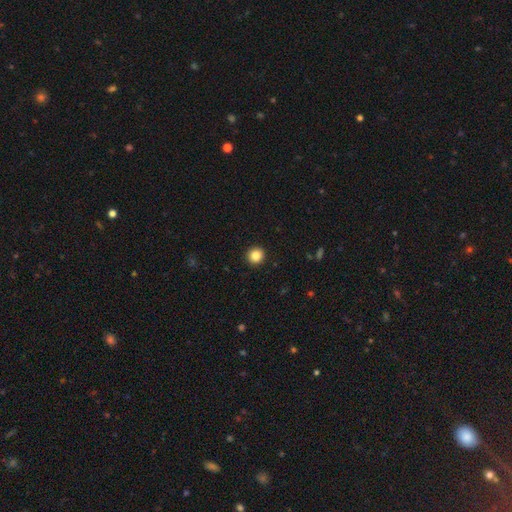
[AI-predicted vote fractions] A smooth galaxy with no disk features (86%) that is round (94%).

Vote fractions:
- Smooth or featured? smooth: 86% / star or artifact: 10% / featured or disk: 4%
- How rounded? round: 94% / in between: 5% / cigar-shaped: 1%
- Merging? none: 93% / minor disturbance: 4% / major disturbance: 2% / merger: 1%